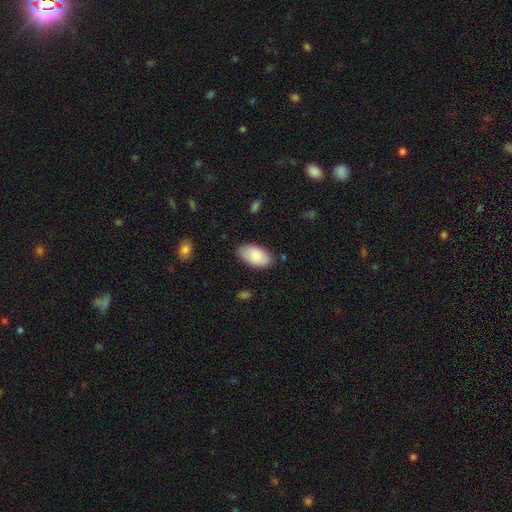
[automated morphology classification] Smooth or featured: smooth — 87% (featured or disk — 7%)
How rounded: in between — 96% (round — 3%)
Merging: none — 80% (minor disturbance — 15%)